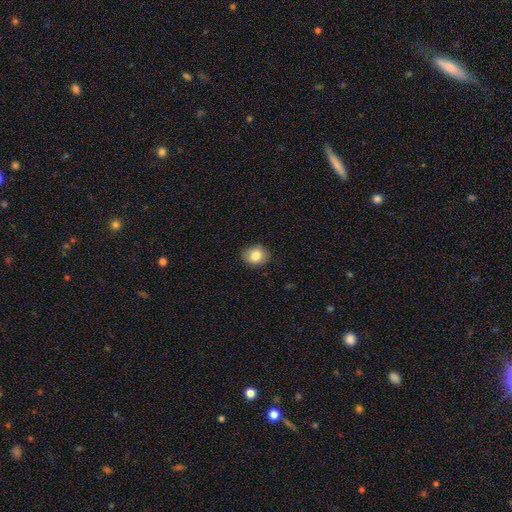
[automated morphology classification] smooth-or-featured: smooth: 83% | star or artifact: 9% | featured or disk: 8%
  how-rounded: round: 57% | in between: 42% | cigar-shaped: 1%
  merging: none: 86% | minor disturbance: 11% | major disturbance: 2% | merger: 1%